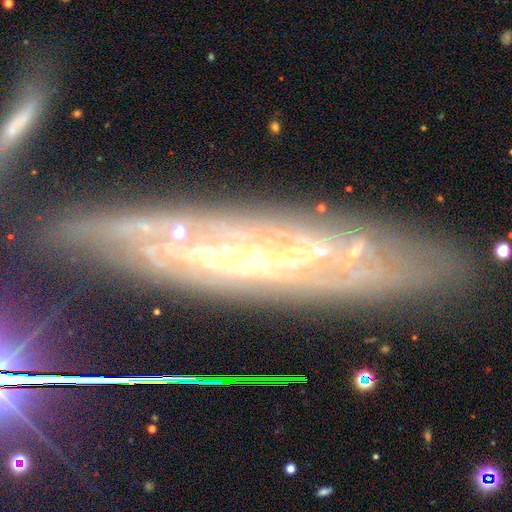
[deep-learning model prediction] Smooth or featured? Predicted: featured or disk (p=0.78). Edge-on disk? Predicted: no (p=0.63). Merging? Predicted: none (p=0.68).